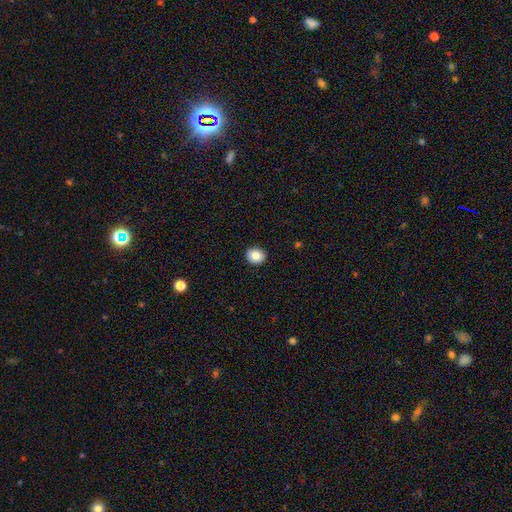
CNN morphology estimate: This appears to be a smooth galaxy with no disk features (83%) that is round (76%). Merging: none (92%).